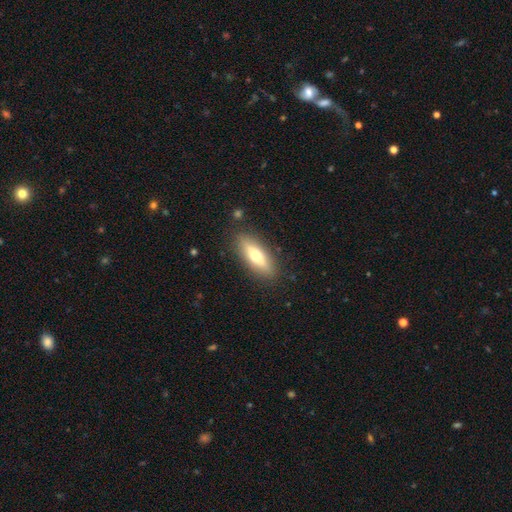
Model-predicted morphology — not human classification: A smooth galaxy with no disk features (61%) that is in between round and cigar-shaped (50%). Merging: none (86%).